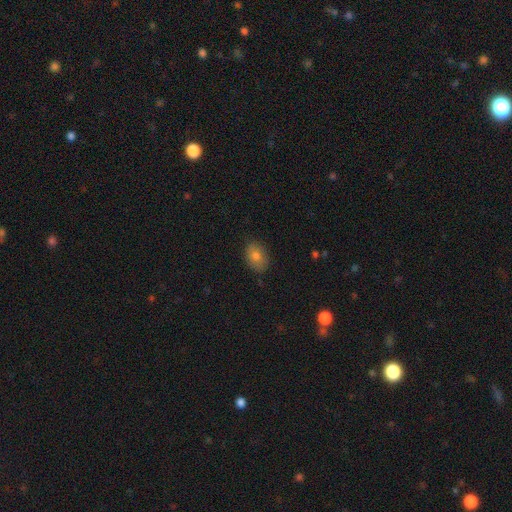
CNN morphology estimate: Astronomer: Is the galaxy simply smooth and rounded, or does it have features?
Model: smooth — 77%.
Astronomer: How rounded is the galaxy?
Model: in between — 76%.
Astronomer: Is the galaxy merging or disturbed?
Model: none — 82%.